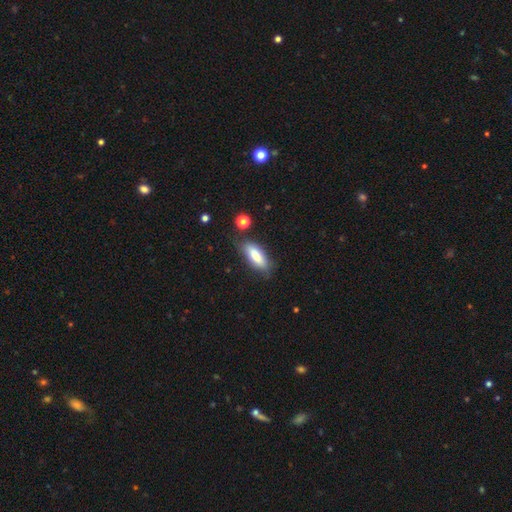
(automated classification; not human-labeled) Smooth or featured?
  - smooth: 80% *
  - featured or disk: 13%
  - star or artifact: 7%
How rounded?
  - in between: 64% *
  - cigar-shaped: 34%
  - round: 2%
Merging?
  - none: 73% *
  - minor disturbance: 18%
  - major disturbance: 5%
  - merger: 4%